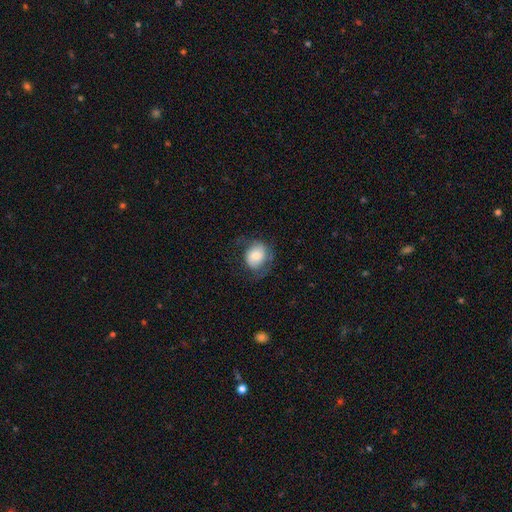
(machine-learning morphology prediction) Q: Smooth or featured?
A: smooth (64%); runner-up: featured or disk (28%)
Q: How rounded?
A: round (59%); runner-up: in between (40%)
Q: Merging?
A: none (57%); runner-up: minor disturbance (24%)